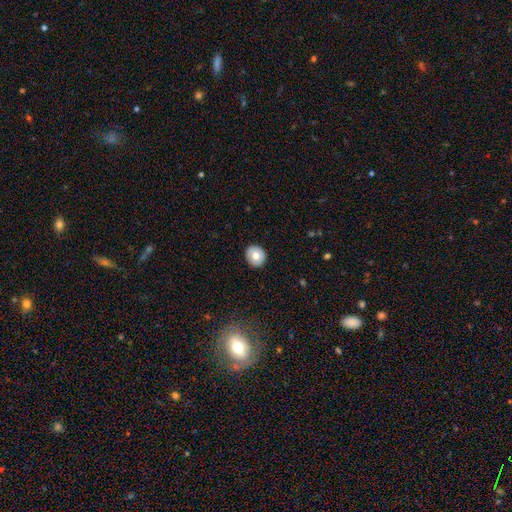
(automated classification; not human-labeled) Q: Smooth or featured?
A: smooth (67%); runner-up: featured or disk (25%)
Q: How rounded?
A: round (85%); runner-up: in between (14%)
Q: Merging?
A: none (90%); runner-up: minor disturbance (8%)